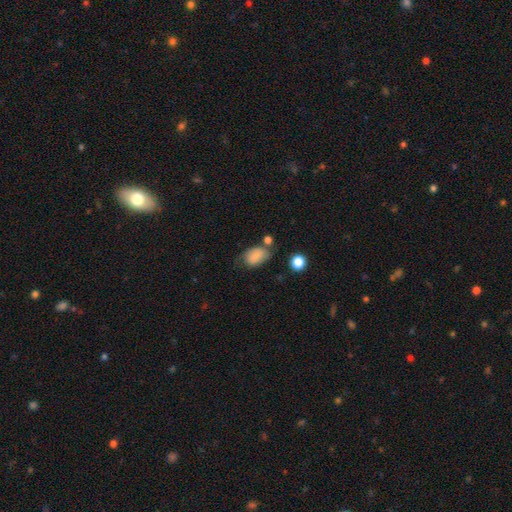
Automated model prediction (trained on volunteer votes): Smooth or featured?
  - smooth: 81% *
  - featured or disk: 10%
  - star or artifact: 9%
How rounded?
  - in between: 83% *
  - round: 16%
  - cigar-shaped: 1%
Merging?
  - none: 53% *
  - minor disturbance: 27%
  - merger: 10%
  - major disturbance: 10%